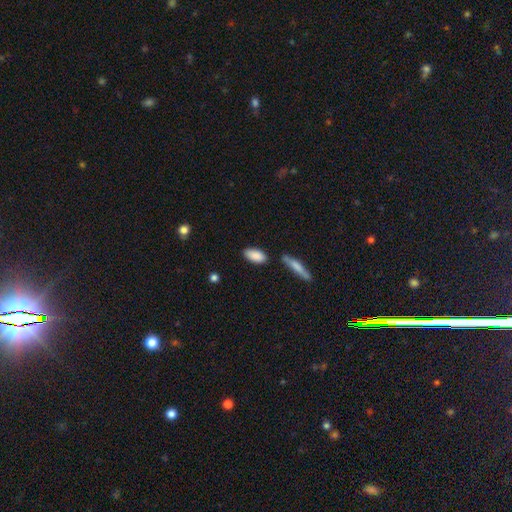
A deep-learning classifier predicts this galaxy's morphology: A smooth galaxy with no disk features (87%) that is in between round and cigar-shaped (86%).

Vote fractions:
- Smooth or featured? smooth: 87% / featured or disk: 7% / star or artifact: 6%
- How rounded? in between: 86% / cigar-shaped: 12% / round: 2%
- Merging? none: 78% / minor disturbance: 12% / merger: 7% / major disturbance: 3%